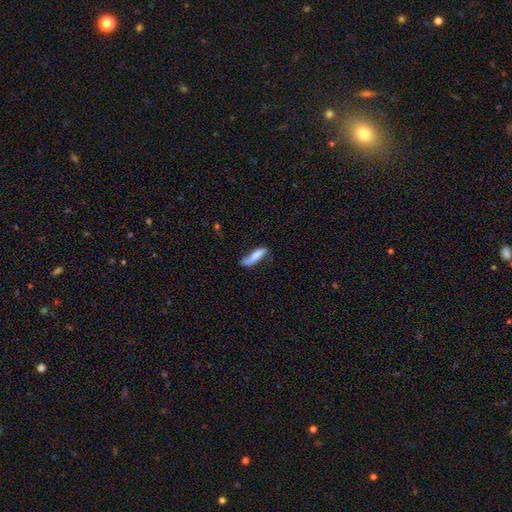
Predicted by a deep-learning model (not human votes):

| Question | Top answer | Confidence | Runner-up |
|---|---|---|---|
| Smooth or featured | smooth | 72% | featured or disk (22%) |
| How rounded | cigar-shaped | 75% | in between (23%) |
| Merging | none | 53% | minor disturbance (30%) |